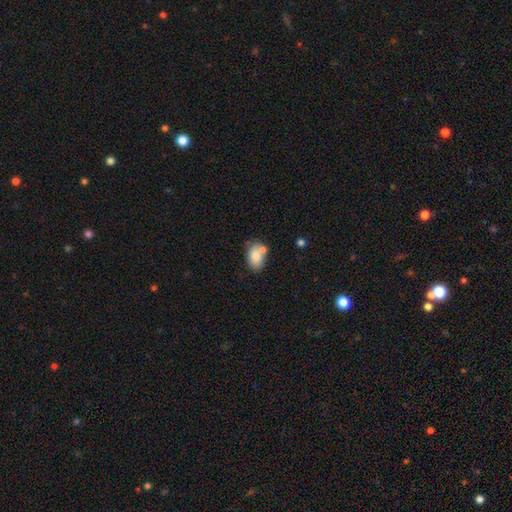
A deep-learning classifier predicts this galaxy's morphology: The model was most divided on "merging": none: 55%, merger: 24%, minor disturbance: 17%, major disturbance: 5%. More confident: how rounded — in between (83%); smooth or featured — smooth (79%).